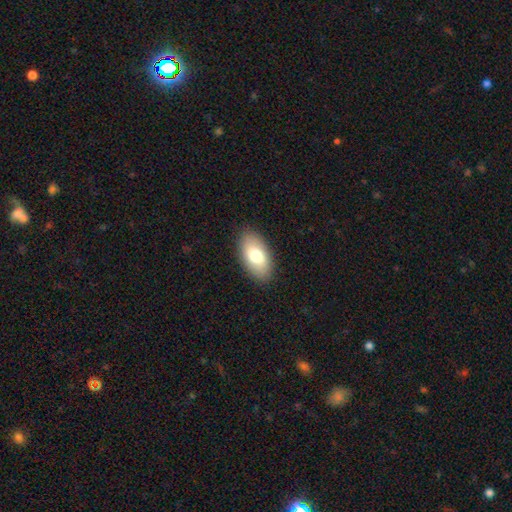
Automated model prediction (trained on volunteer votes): Morphology: type=smooth (75%); roundness=in between (94%); merging=none (88%).